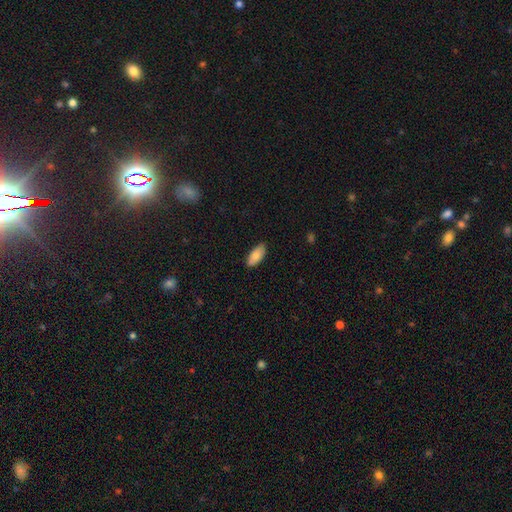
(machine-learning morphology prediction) smooth_or_featured: smooth (p=0.87) [alt: featured or disk p=0.07]
how_rounded: in between (p=0.86) [alt: cigar-shaped p=0.12]
merging: none (p=0.85) [alt: minor disturbance p=0.12]